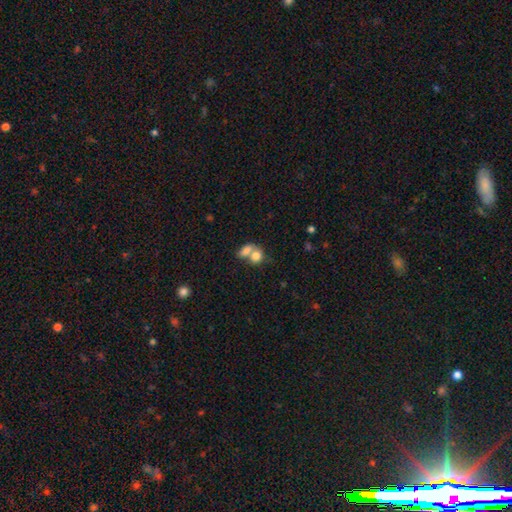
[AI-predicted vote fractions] smooth_or_featured: smooth (p=0.78) [alt: featured or disk p=0.14]
how_rounded: in between (p=0.52) [alt: round p=0.46]
merging: merger (p=0.66) [alt: none p=0.23]